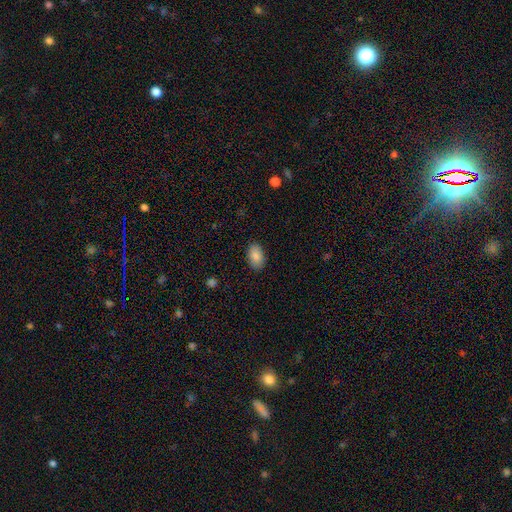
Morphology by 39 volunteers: Smooth or featured? 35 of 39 (90%) said smooth. How rounded? 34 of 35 (97%) said in between. Merging? 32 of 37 (86%) said none.